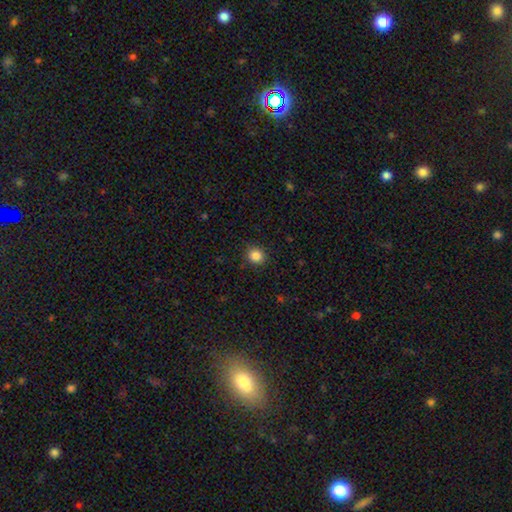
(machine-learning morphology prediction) smooth_or_featured: smooth (p=0.85) [alt: star or artifact p=0.11]
how_rounded: round (p=0.83) [alt: in between p=0.16]
merging: none (p=0.89) [alt: minor disturbance p=0.08]